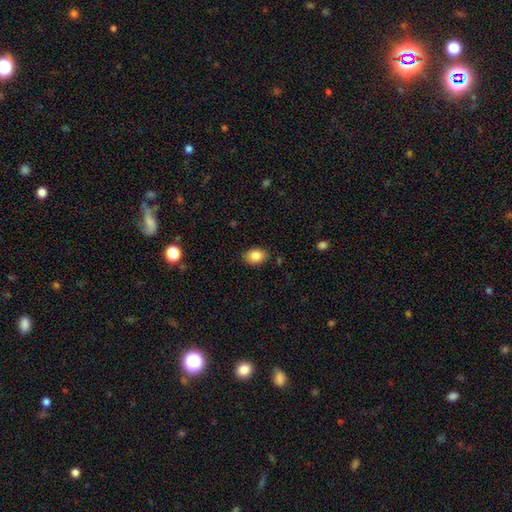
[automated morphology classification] This appears to be a smooth galaxy with no disk features (84%) that is in between round and cigar-shaped (77%). Merging: none (85%).